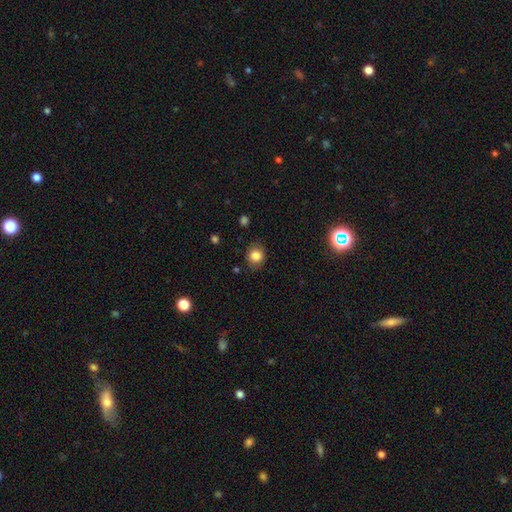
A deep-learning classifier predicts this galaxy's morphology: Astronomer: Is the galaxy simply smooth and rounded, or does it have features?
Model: smooth — 83%.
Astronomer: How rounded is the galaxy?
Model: round — 70%.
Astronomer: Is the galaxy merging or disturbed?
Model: none — 81%.